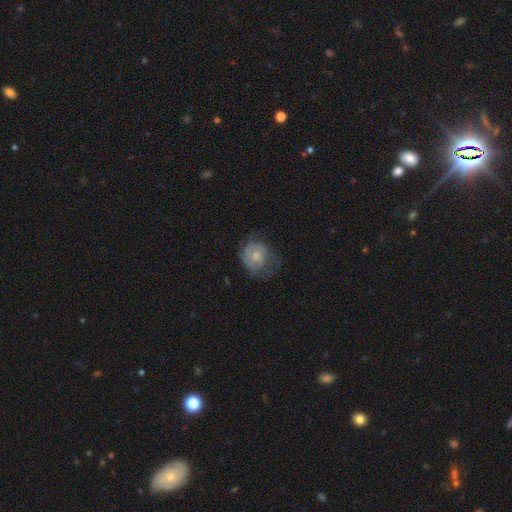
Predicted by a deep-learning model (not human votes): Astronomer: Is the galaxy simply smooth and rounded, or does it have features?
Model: smooth — 54% (runner-up: featured or disk, 38%).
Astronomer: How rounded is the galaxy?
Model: round — 67%.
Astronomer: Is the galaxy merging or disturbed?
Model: none — 42% (runner-up: minor disturbance, 31%).